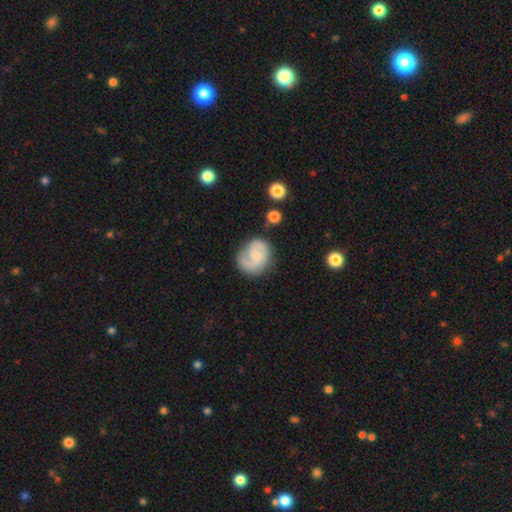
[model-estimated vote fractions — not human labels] A featured or disk galaxy (69%) with no bar (57%), 2 (64%) medium (46%) spiral arms (93%) and a small central bulge (49%). Merging: none (65%).